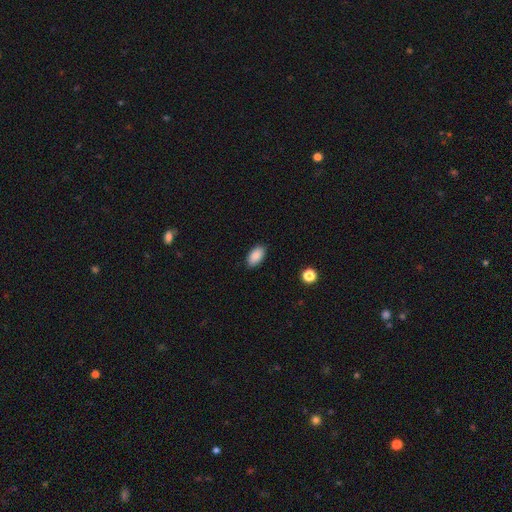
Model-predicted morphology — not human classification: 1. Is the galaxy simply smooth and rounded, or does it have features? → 89% smooth, 8% star or artifact, 4% featured or disk.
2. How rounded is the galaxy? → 94% in between, 4% round, 2% cigar-shaped.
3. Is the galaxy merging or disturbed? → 88% none, 9% minor disturbance, 2% major disturbance, 1% merger.